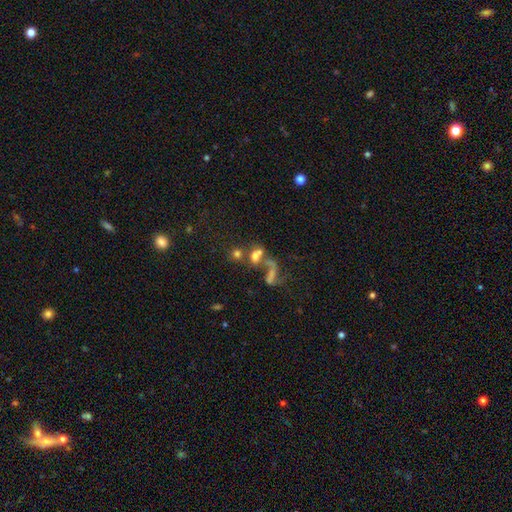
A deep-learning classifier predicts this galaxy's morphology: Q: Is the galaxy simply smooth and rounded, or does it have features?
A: smooth — 59%.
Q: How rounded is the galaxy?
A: round — 55%.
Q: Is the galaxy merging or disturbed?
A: merger — 49%.